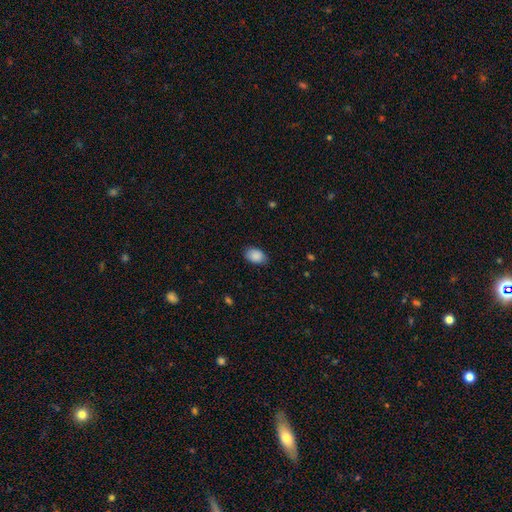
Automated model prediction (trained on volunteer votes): smooth-or-featured: smooth: 89% | star or artifact: 7% | featured or disk: 4%
  how-rounded: in between: 87% | round: 12% | cigar-shaped: 1%
  merging: none: 83% | minor disturbance: 13% | major disturbance: 3% | merger: 1%